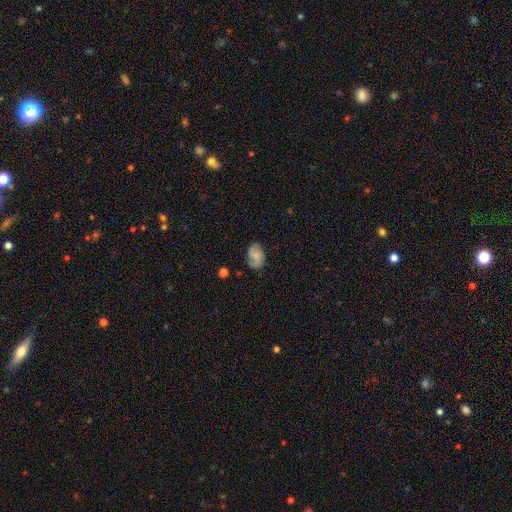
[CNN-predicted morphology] Q: Smooth or featured?
A: smooth (53%); runner-up: featured or disk (39%)
Q: How rounded?
A: in between (82%); runner-up: round (16%)
Q: Merging?
A: none (71%); runner-up: minor disturbance (22%)